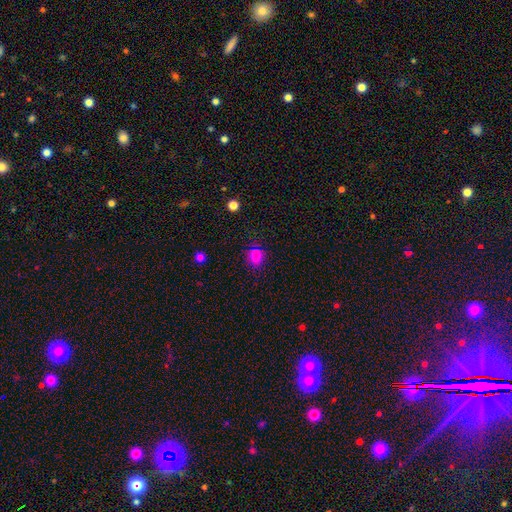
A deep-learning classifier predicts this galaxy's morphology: A smooth galaxy with no disk features (81%) that is round (61%).

Vote fractions:
- Smooth or featured? smooth: 81% / star or artifact: 14% / featured or disk: 5%
- How rounded? round: 61% / in between: 38% / cigar-shaped: 1%
- Merging? none: 83% / minor disturbance: 12% / major disturbance: 3% / merger: 1%